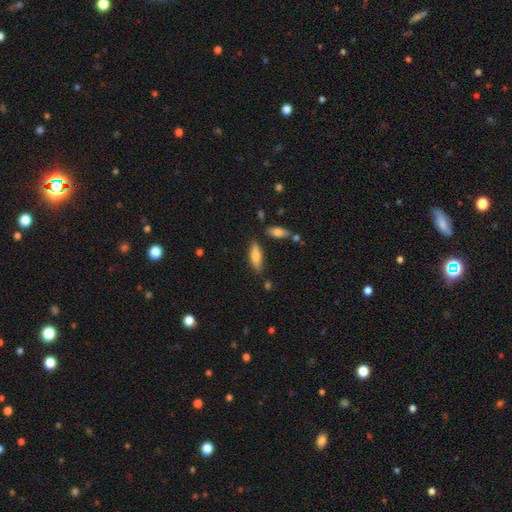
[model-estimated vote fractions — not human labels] A smooth galaxy with no disk features (71%) that is cigar-shaped (54%). Merging: none (79%).